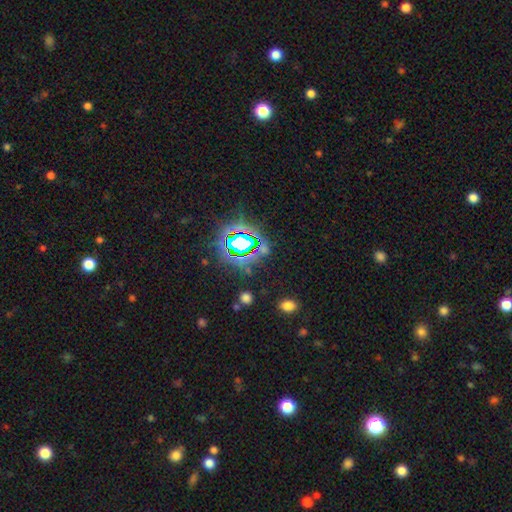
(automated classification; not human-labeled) smooth_or_featured: star or artifact (p=0.79) [alt: smooth p=0.13]